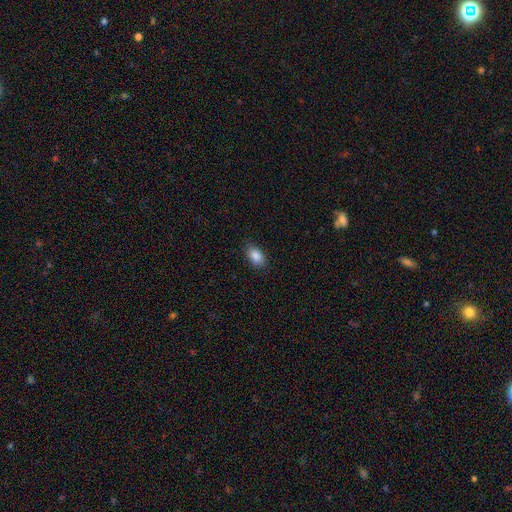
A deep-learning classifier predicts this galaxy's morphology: Overall: smooth (88%). How rounded: in between (90%). Merging: none (85%).